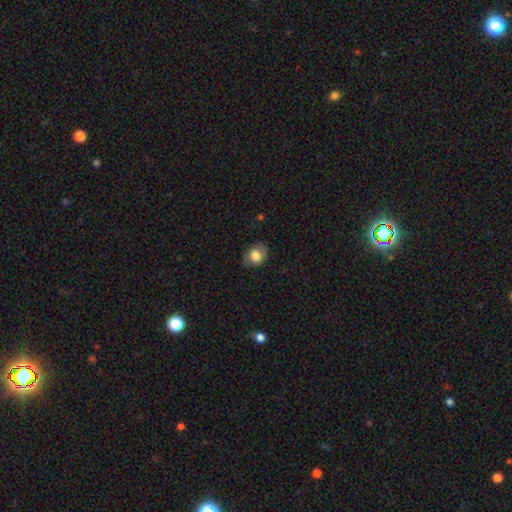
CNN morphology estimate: Smooth or featured? smooth (75%)
How rounded? in between (58%)
Merging? none (76%)